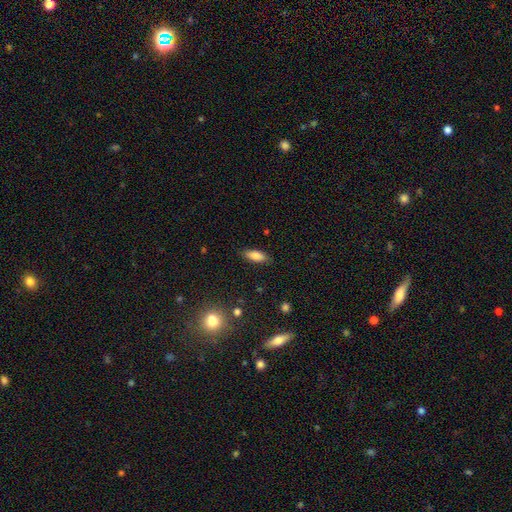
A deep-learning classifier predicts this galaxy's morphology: Smooth or featured?
  - smooth: 84% *
  - featured or disk: 8%
  - star or artifact: 8%
How rounded?
  - in between: 78% *
  - cigar-shaped: 20%
  - round: 2%
Merging?
  - none: 85% *
  - minor disturbance: 11%
  - major disturbance: 3%
  - merger: 1%